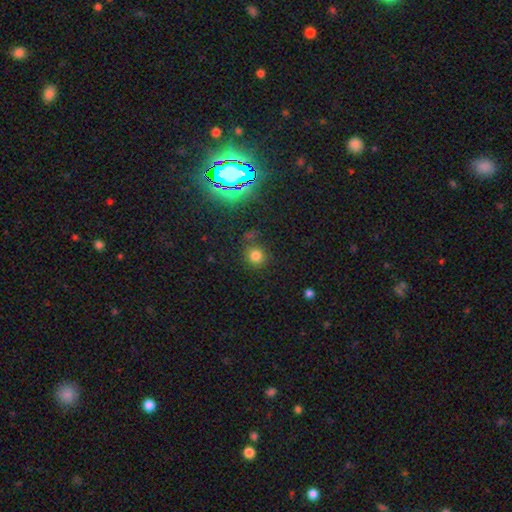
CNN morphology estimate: Q: Smooth or featured?
A: smooth (73%); runner-up: star or artifact (21%)
Q: How rounded?
A: round (88%); runner-up: in between (11%)
Q: Merging?
A: none (77%); runner-up: minor disturbance (12%)